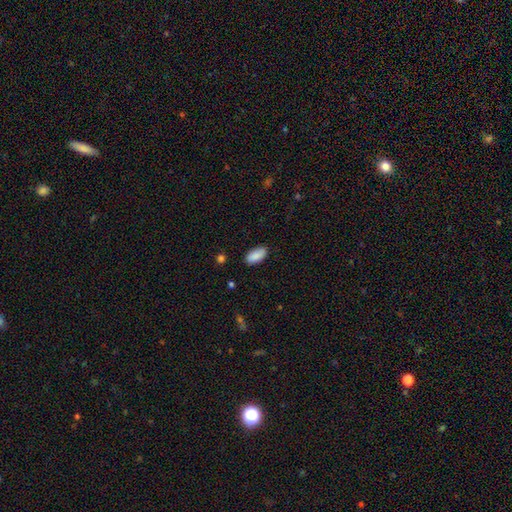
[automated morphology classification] Q: Smooth or featured?
A: smooth (90%); runner-up: star or artifact (6%)
Q: How rounded?
A: in between (91%); runner-up: cigar-shaped (7%)
Q: Merging?
A: none (88%); runner-up: minor disturbance (9%)